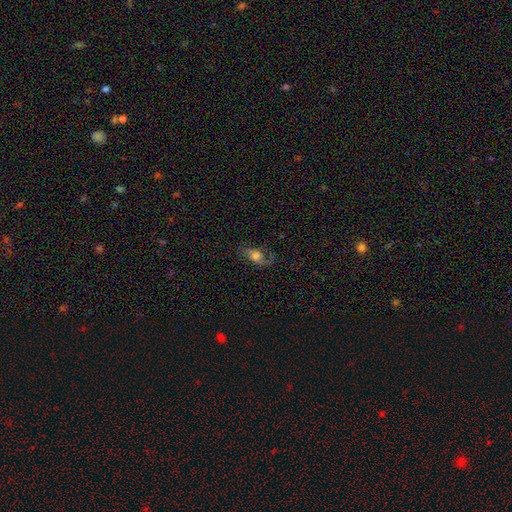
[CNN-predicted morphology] Smooth or featured? featured or disk (52%)
Edge-on disk? no (83%)
Merging? none (63%)